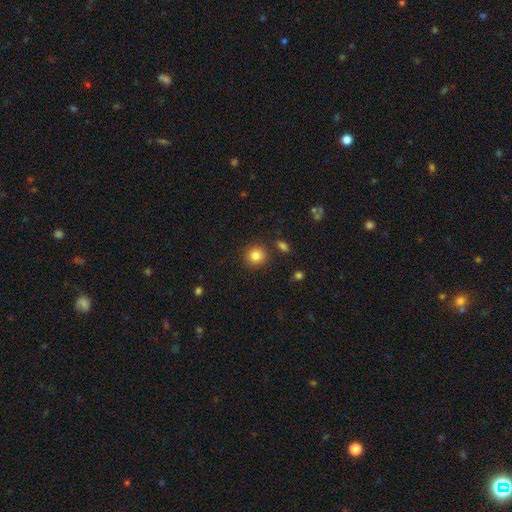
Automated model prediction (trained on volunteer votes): Overall: smooth (84%). How rounded: round (91%). Merging: none (88%).